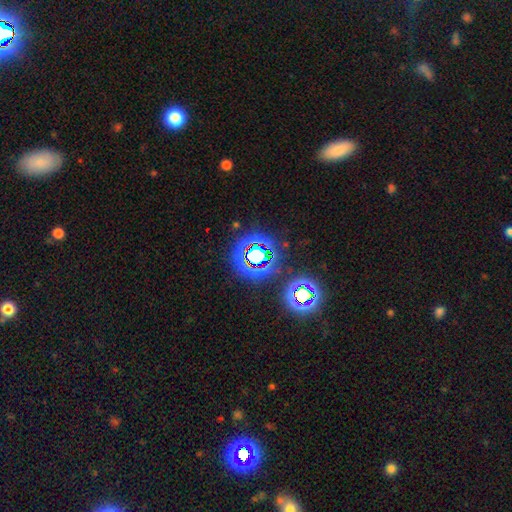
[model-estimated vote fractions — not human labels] star or artifact 65%, smooth 23%, featured or disk 12%.